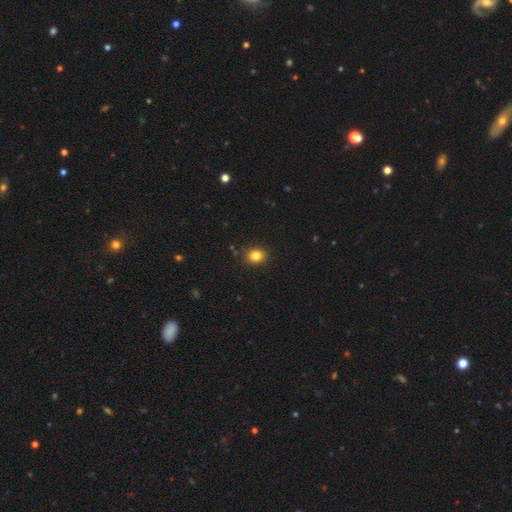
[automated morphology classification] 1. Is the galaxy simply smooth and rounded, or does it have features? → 83% smooth, 11% star or artifact, 6% featured or disk.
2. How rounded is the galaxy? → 60% round, 39% in between, 1% cigar-shaped.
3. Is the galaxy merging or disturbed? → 87% none, 9% minor disturbance, 2% major disturbance, 1% merger.